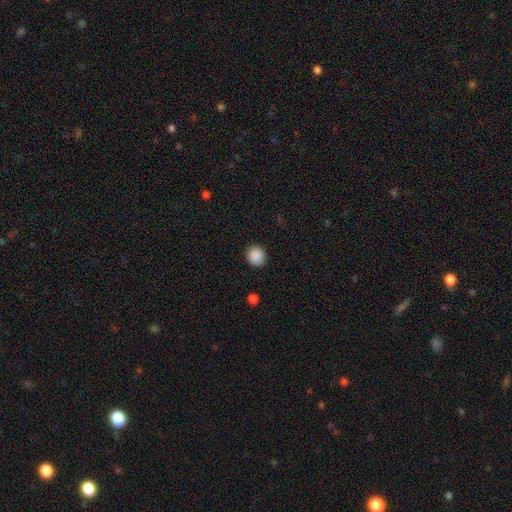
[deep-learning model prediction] smooth 89%, star or artifact 9%, featured or disk 2%. Down the decision tree: how rounded — round (82%); merging — none (89%).